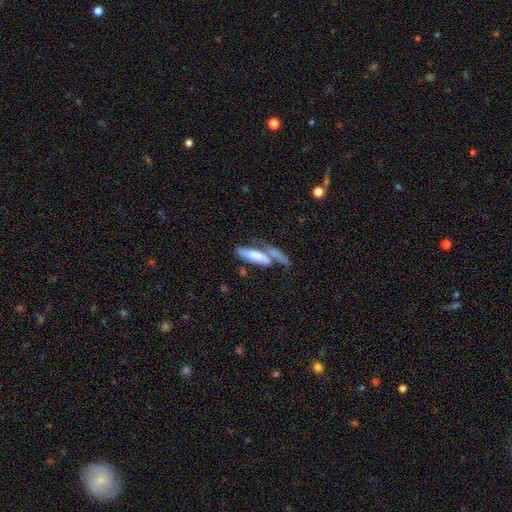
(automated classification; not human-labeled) Overall: smooth (58%; featured or disk 36%). How rounded: cigar-shaped (53%; in between 45%). Merging: merger (42%; none 29%).